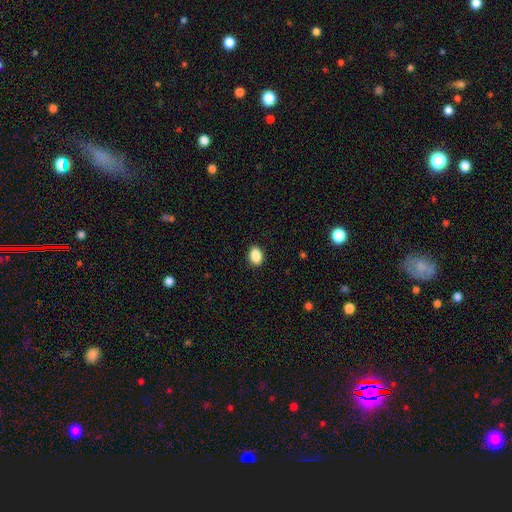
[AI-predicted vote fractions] This is clearly a smooth galaxy (88%). How rounded: likely in between (76%). Merging: clearly none (90%).